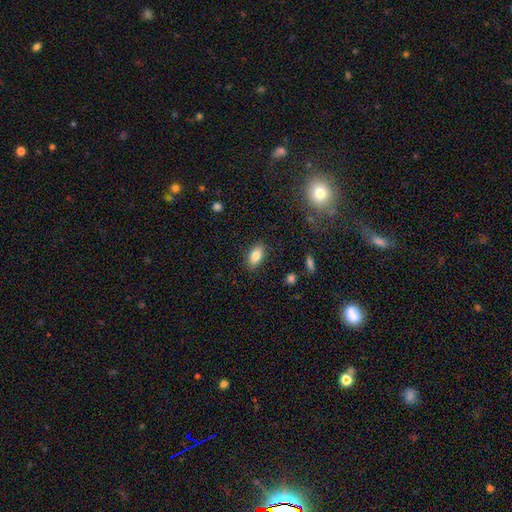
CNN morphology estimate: smooth-or-featured: smooth: 83% | featured or disk: 9% | star or artifact: 8%
  how-rounded: in between: 89% | cigar-shaped: 6% | round: 5%
  merging: none: 86% | minor disturbance: 10% | major disturbance: 2% | merger: 1%